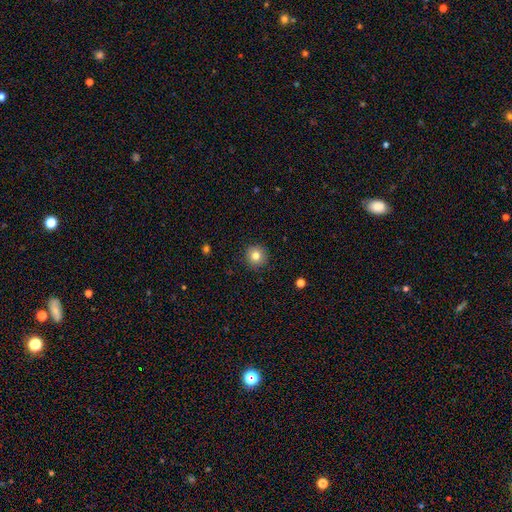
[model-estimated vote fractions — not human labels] Overall: smooth (81%). How rounded: round (95%). Merging: none (91%).